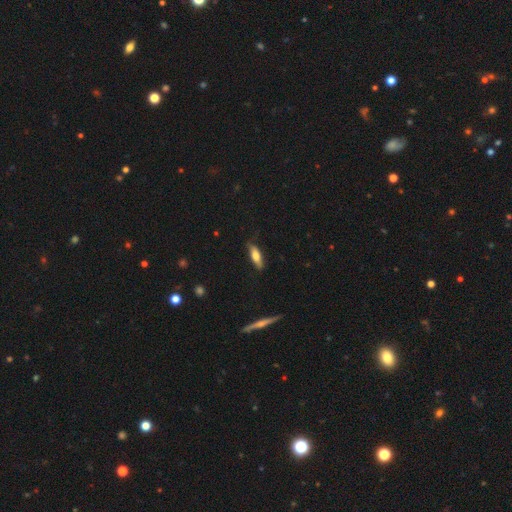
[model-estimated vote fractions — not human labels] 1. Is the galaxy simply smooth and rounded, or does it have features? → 69% smooth, 25% featured or disk, 6% star or artifact.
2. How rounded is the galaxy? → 51% in between, 47% cigar-shaped, 2% round.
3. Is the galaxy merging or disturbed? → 77% none, 18% minor disturbance, 4% major disturbance, 1% merger.